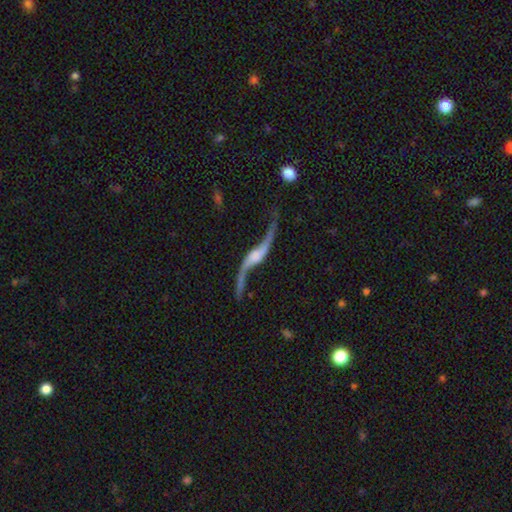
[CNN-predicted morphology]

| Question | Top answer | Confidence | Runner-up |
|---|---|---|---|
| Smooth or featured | featured or disk | 89% | smooth (6%) |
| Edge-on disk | no | 80% | yes (20%) |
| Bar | no | 54% | weak (29%) |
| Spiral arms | yes | 95% | no (5%) |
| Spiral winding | loose | 96% | medium (2%) |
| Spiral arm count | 2 | 94% | 1 (2%) |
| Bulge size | none | 37% | small (21%) |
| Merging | none | 66% | minor disturbance (16%) |